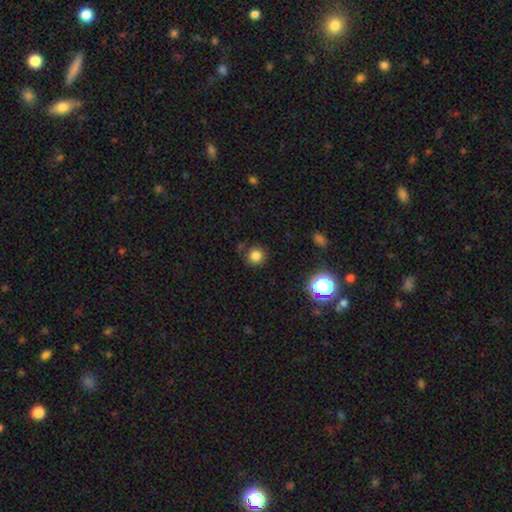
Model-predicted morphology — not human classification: Smooth or featured: smooth — 81% (star or artifact — 15%)
How rounded: round — 94% (in between — 5%)
Merging: none — 85% (minor disturbance — 9%)